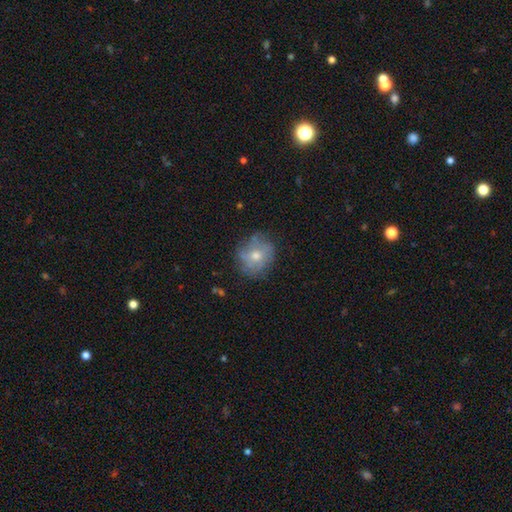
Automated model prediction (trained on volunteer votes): Smooth or featured?
  - featured or disk: 45% *
  - smooth: 43%
  - star or artifact: 12%
Merging?
  - none: 73% *
  - minor disturbance: 19%
  - major disturbance: 7%
  - merger: 2%